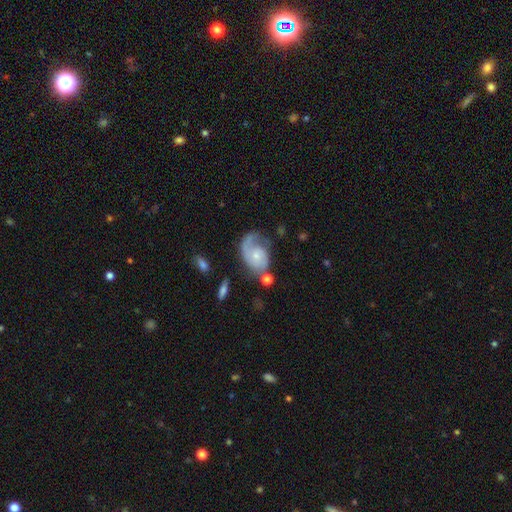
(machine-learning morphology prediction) A featured or disk galaxy (73%) with no bar (74%), 1 (61%) medium (39%) spiral arms (90%) and a small central bulge (64%).

Vote fractions:
- Smooth or featured? featured or disk: 73% / smooth: 21% / star or artifact: 6%
- Edge-on disk? no: 97% / yes: 3%
- Bar? no: 74% / weak: 23% / strong: 3%
- Spiral arms? yes: 90% / no: 10%
- Spiral winding? medium: 39% / tight: 32% / loose: 29%
- Spiral arm count? 1: 61% / 2: 26% / can't tell: 9% / 3: 2% / 4: 1% / more than 4: 1%
- Bulge size? small: 64% / moderate: 27% / none: 6% / large: 2% / dominant: 1%
- Merging? none: 43% / major disturbance: 27% / minor disturbance: 23% / merger: 7%